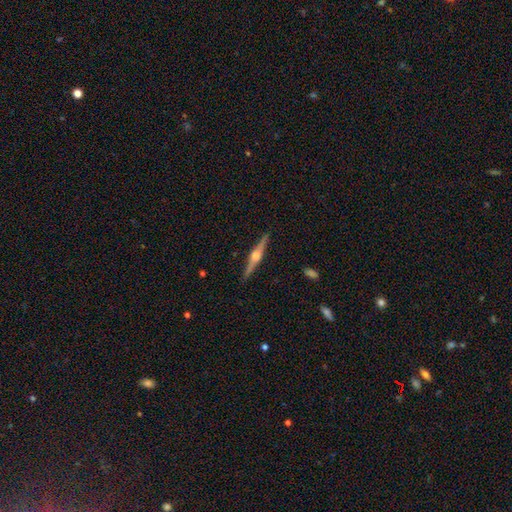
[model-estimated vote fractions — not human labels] Q: Smooth or featured?
A: featured or disk (81%); runner-up: smooth (13%)
Q: Edge-on disk?
A: yes (98%); runner-up: no (2%)
Q: Edge-on bulge?
A: rounded (91%); runner-up: boxy (7%)
Q: Merging?
A: none (91%); runner-up: minor disturbance (6%)